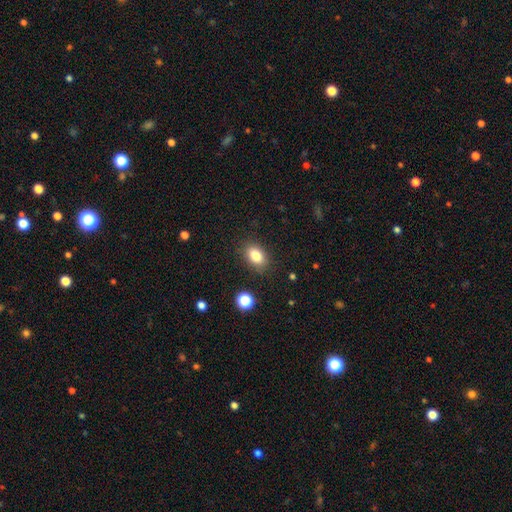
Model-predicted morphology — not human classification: This appears to be a smooth galaxy with no disk features (82%) that is in between round and cigar-shaped (79%). Merging: none (85%).